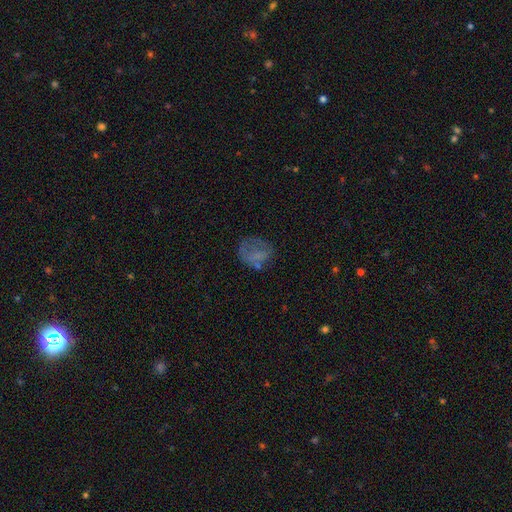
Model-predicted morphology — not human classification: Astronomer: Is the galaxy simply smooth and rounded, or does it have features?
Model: smooth — 58%.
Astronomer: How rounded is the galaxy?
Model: round — 56% (runner-up: in between, 42%).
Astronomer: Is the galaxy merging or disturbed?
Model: none — 46% (runner-up: major disturbance, 25%).